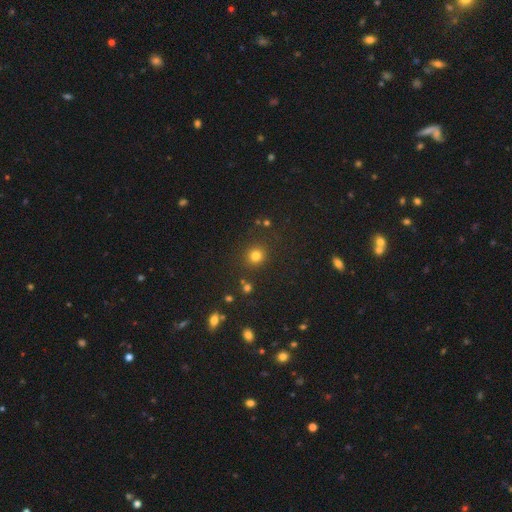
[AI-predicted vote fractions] smooth_or_featured: smooth (p=0.79) [alt: star or artifact p=0.16]
how_rounded: round (p=0.90) [alt: in between p=0.09]
merging: none (p=0.87) [alt: minor disturbance p=0.07]